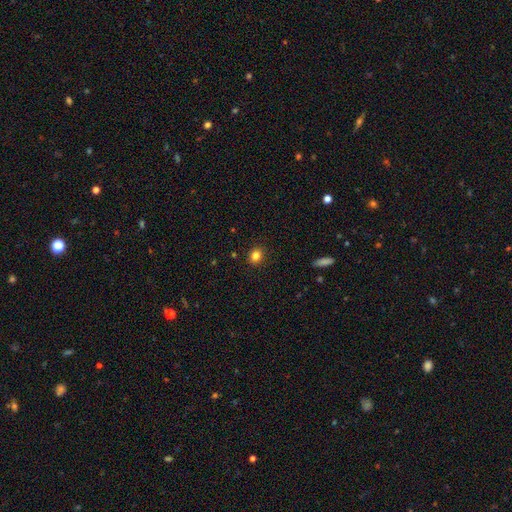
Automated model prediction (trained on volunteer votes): smooth_or_featured: smooth (p=0.83) [alt: star or artifact p=0.12]
how_rounded: round (p=0.74) [alt: in between p=0.25]
merging: none (p=0.90) [alt: minor disturbance p=0.07]